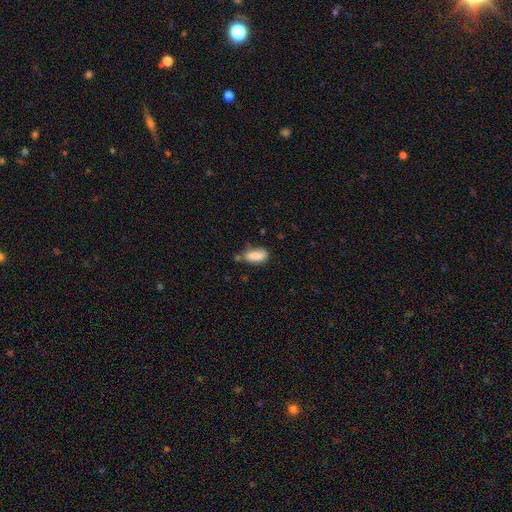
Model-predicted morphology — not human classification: Smooth or featured: smooth — 85% (star or artifact — 8%)
How rounded: in between — 83% (cigar-shaped — 14%)
Merging: none — 54% (minor disturbance — 27%)